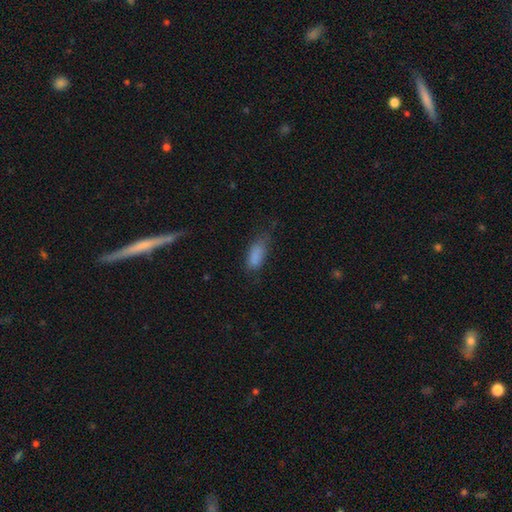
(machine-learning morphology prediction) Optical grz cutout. It shows a smooth galaxy with no disk features (83%) that is in between round and cigar-shaped (84%). Merging: none (49%).